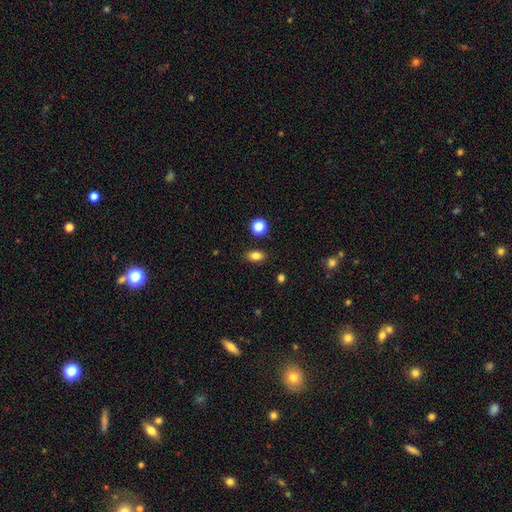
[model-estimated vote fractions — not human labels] Morphology: type=smooth (82%); roundness=in between (82%); merging=none (87%).